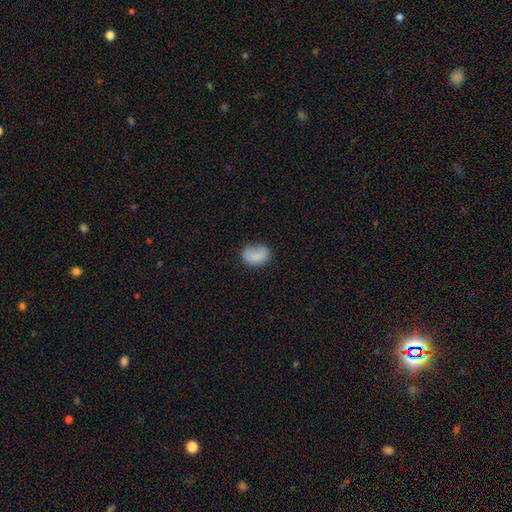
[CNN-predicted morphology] This appears to be a smooth galaxy with no disk features (82%) that is in between round and cigar-shaped (76%). Merging: none (61%).